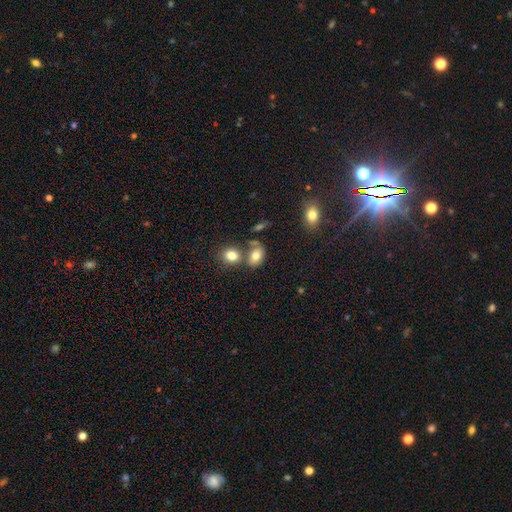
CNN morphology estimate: This appears to be a smooth galaxy with no disk features (77%) that is in between round and cigar-shaped (75%). Merging: none (55%).